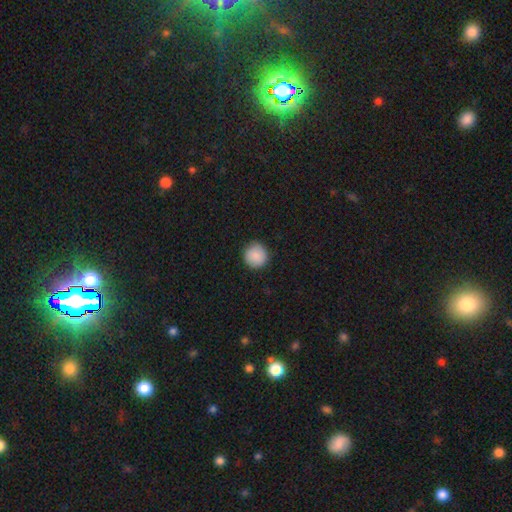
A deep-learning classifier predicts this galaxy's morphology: This appears to be a smooth galaxy with no disk features (89%) that is round (95%). Merging: none (89%).